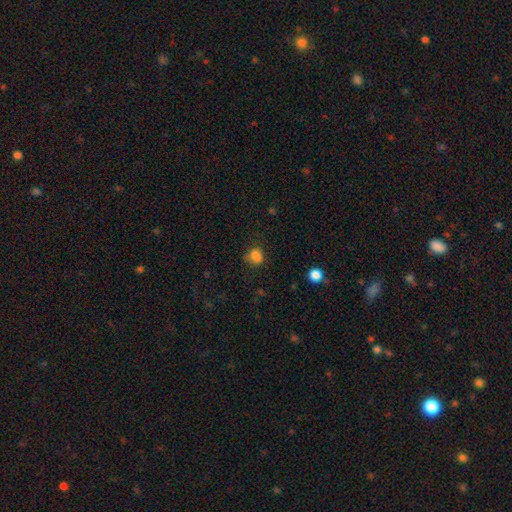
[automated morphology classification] Overall: smooth (81%). How rounded: round (59%; in between 40%). Merging: none (63%; minor disturbance 24%).